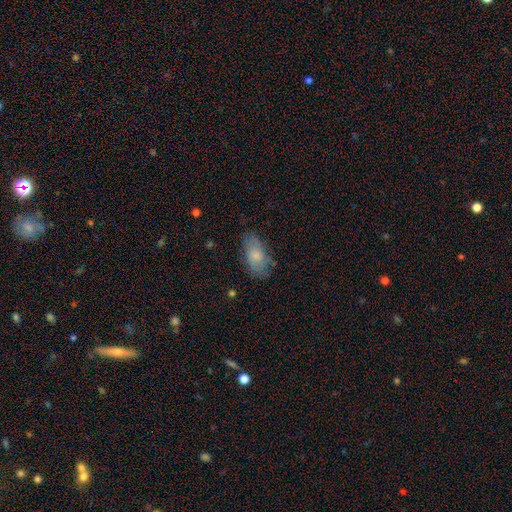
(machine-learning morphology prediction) This appears to be a smooth galaxy with no disk features (74%) that is in between round and cigar-shaped (90%). Merging: none (69%).